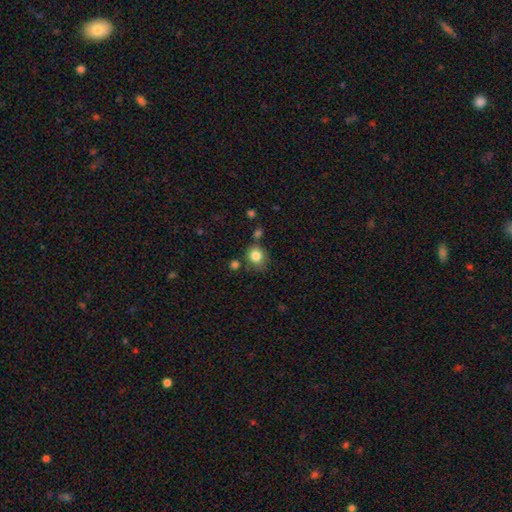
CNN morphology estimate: This appears to be a smooth galaxy with no disk features (83%) that is round (76%). Merging: none (71%).